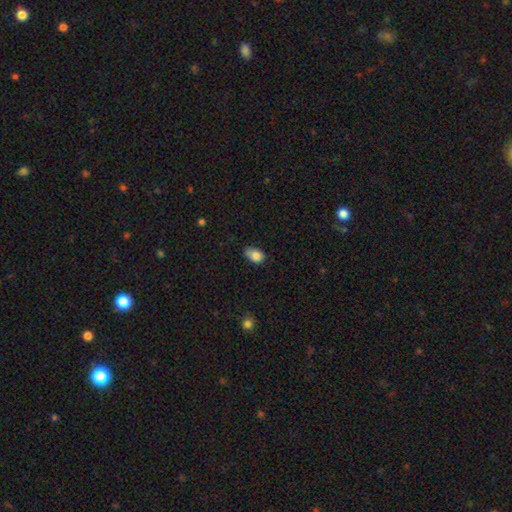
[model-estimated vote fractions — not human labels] The model was most divided on "merging": none: 50%, minor disturbance: 39%, major disturbance: 8%, merger: 3%. More confident: smooth or featured — smooth (84%); how rounded — in between (81%).